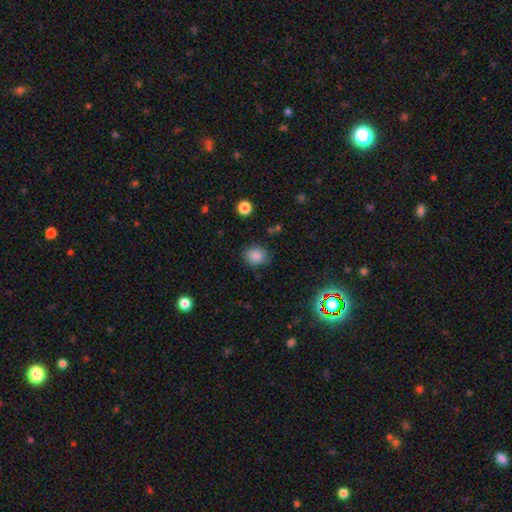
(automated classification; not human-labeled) A smooth galaxy with no disk features (85%) that is round (72%). Merging: none (79%).